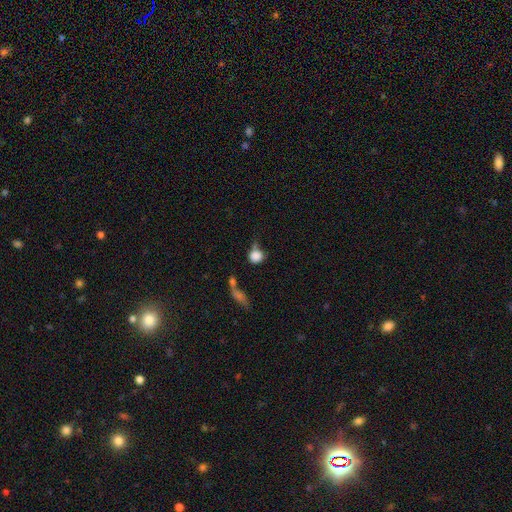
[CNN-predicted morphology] smooth_or_featured: smooth (p=0.82) [alt: star or artifact p=0.10]
how_rounded: round (p=0.82) [alt: in between p=0.16]
merging: none (p=0.44) [alt: merger p=0.23]